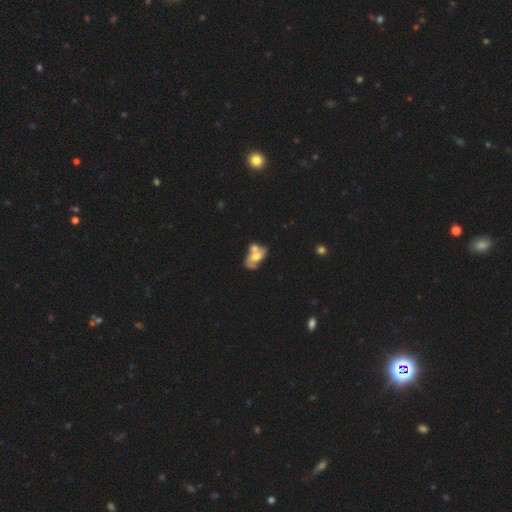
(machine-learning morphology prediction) smooth-or-featured: featured or disk: 52% | smooth: 39% | star or artifact: 9%
  disk-edge-on: no: 94% | yes: 6%
  merging: merger: 56% | none: 25% | minor disturbance: 12% | major disturbance: 8%